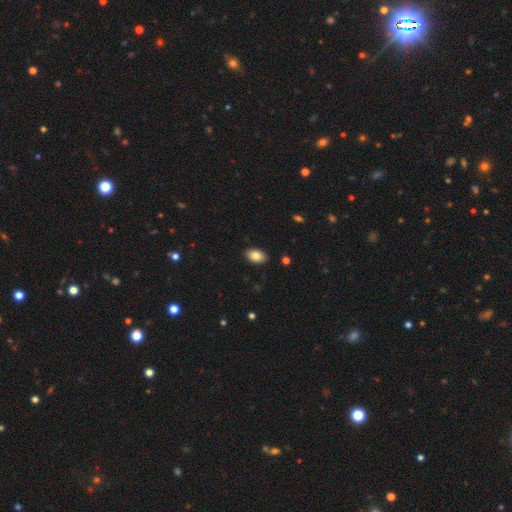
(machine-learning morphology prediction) smooth 84%, featured or disk 9%, star or artifact 8%. Down the decision tree: how rounded — in between (91%); merging — none (89%).